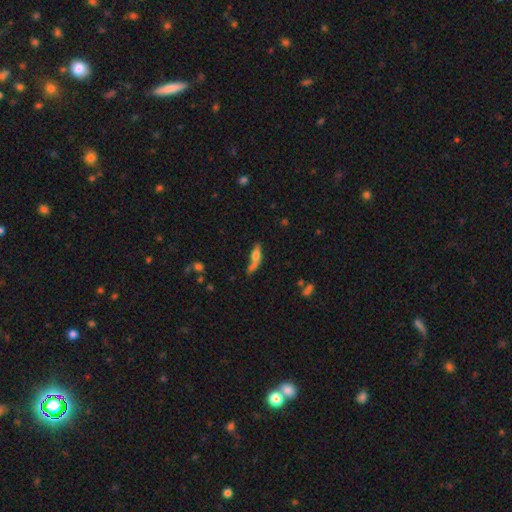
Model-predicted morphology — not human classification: A smooth galaxy with no disk features (51%) that is cigar-shaped (53%). Merging: none (38%).